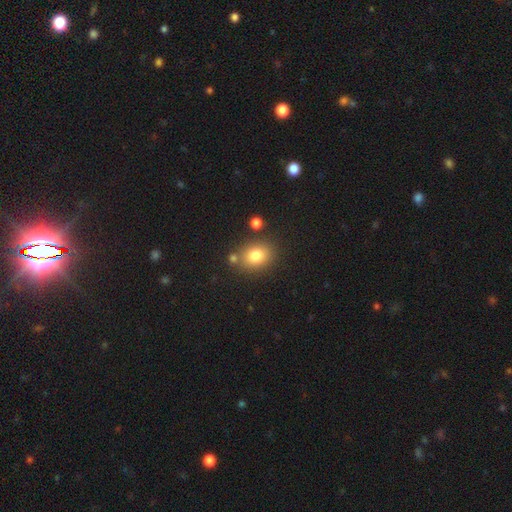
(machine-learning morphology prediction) Q: Smooth or featured?
A: smooth (81%); runner-up: star or artifact (10%)
Q: How rounded?
A: in between (51%); runner-up: round (48%)
Q: Merging?
A: none (75%); runner-up: minor disturbance (12%)